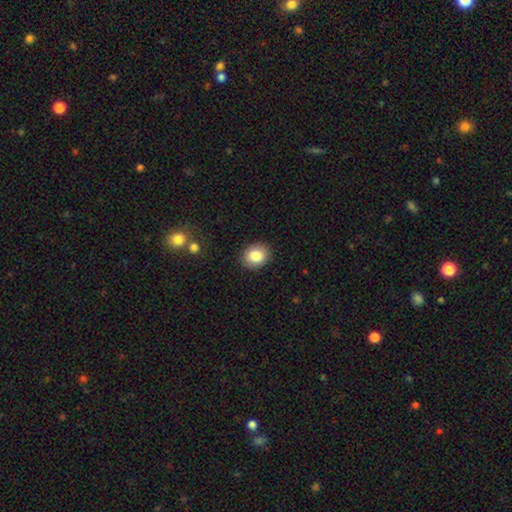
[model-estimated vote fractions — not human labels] The model was most divided on "how rounded": round: 53%, in between: 46%, cigar-shaped: 1%. More confident: merging — none (89%); smooth or featured — smooth (84%).